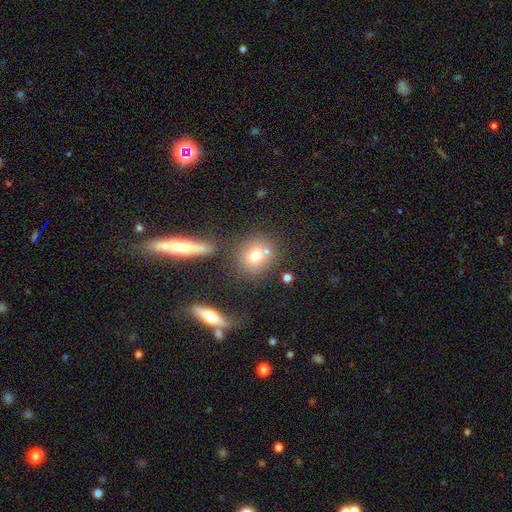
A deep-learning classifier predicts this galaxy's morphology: A smooth galaxy with no disk features (72%) that is round (81%). Merging: none (64%).